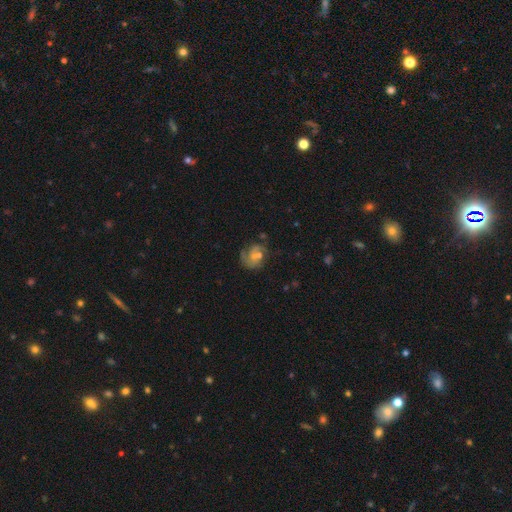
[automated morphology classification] A featured or disk galaxy (56%) with no bar (69%), spiral arms (72%) and a small central bulge (47%).

Vote fractions:
- Smooth or featured? featured or disk: 56% / smooth: 32% / star or artifact: 12%
- Edge-on disk? no: 98% / yes: 2%
- Bar? no: 69% / weak: 26% / strong: 5%
- Spiral arms? yes: 72% / no: 28%
- Bulge size? small: 47% / moderate: 39% / none: 9% / large: 4% / dominant: 1%
- Merging? none: 46% / minor disturbance: 22% / major disturbance: 22% / merger: 10%